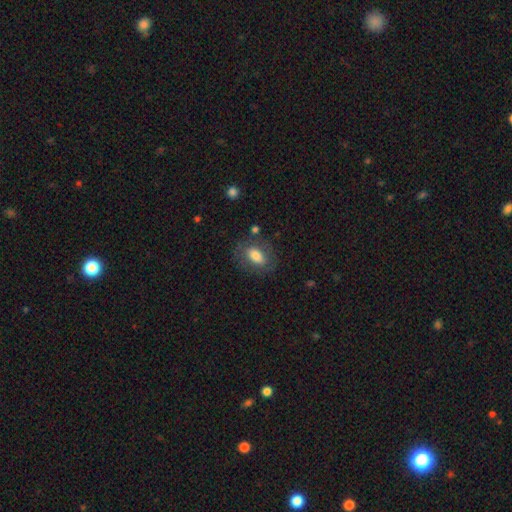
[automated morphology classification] Smooth or featured?
  - smooth: 71% *
  - featured or disk: 21%
  - star or artifact: 8%
How rounded?
  - in between: 84% *
  - round: 12%
  - cigar-shaped: 4%
Merging?
  - none: 75% *
  - minor disturbance: 15%
  - major disturbance: 7%
  - merger: 3%